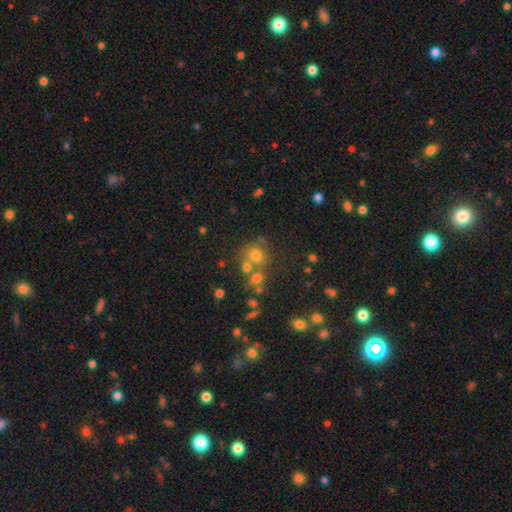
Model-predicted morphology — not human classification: type=smooth (64%); roundness=round (83%); merging=none (55%).